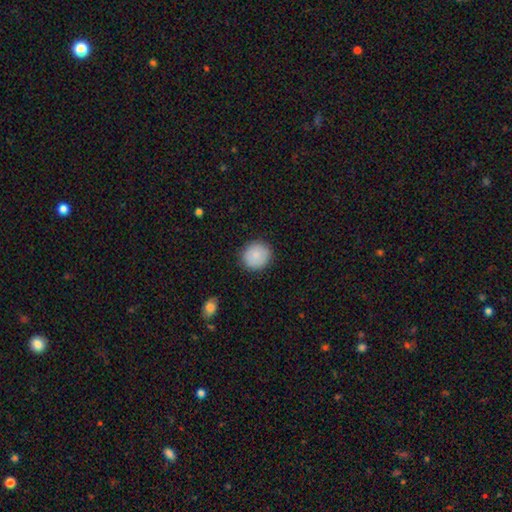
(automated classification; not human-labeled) Smooth or featured? Predicted: smooth (p=0.86). How rounded? Predicted: round (p=0.86). Merging? Predicted: none (p=0.88).